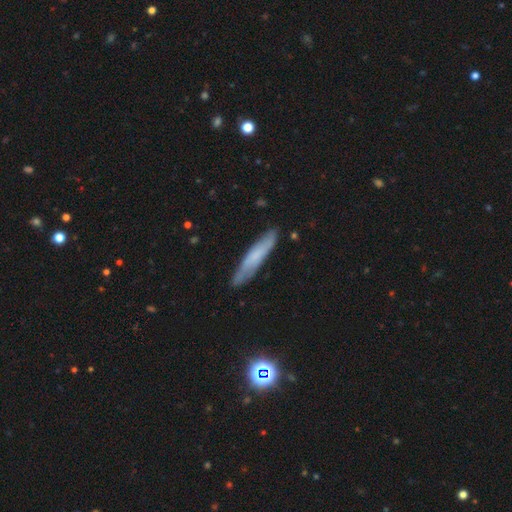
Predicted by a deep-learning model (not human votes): The model was most divided on "smooth or featured": smooth: 59%, featured or disk: 34%, star or artifact: 7%. More confident: how rounded — cigar-shaped (89%); merging — none (84%).